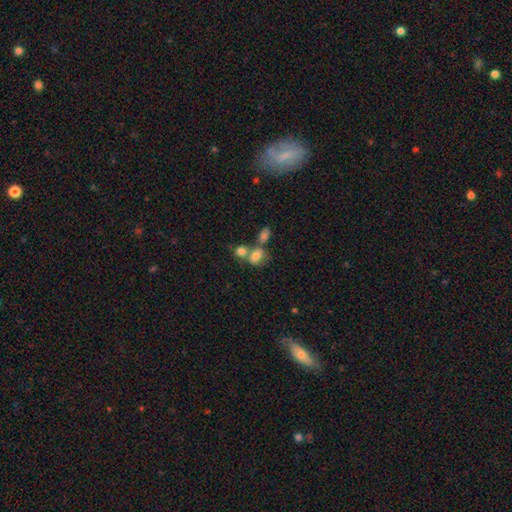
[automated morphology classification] smooth_or_featured: smooth (p=0.73) [alt: featured or disk p=0.15]
how_rounded: in between (p=0.52) [alt: round p=0.46]
merging: merger (p=0.50) [alt: none p=0.33]